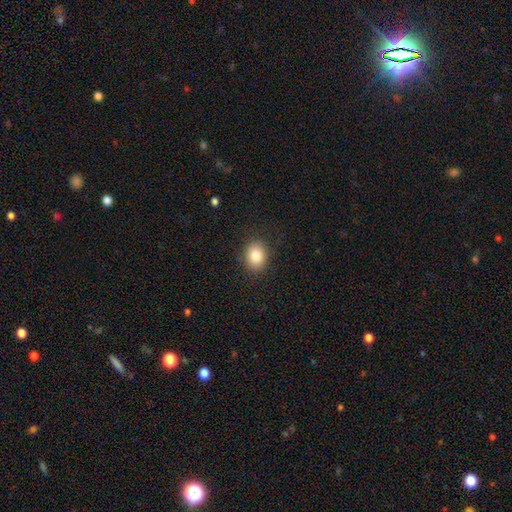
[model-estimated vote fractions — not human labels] Smooth or featured? smooth (83%)
How rounded? round (51%)
Merging? none (87%)